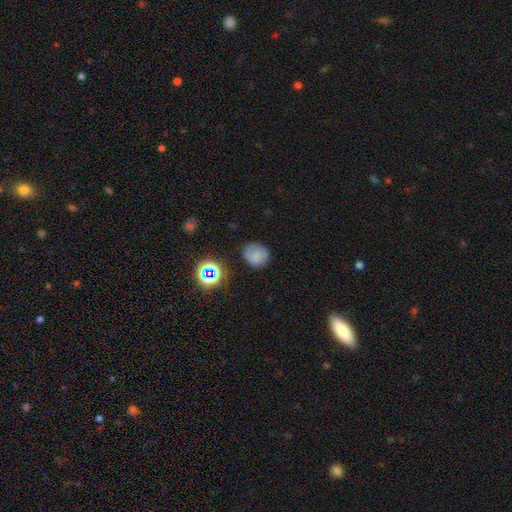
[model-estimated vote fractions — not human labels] Overall: smooth (72%). How rounded: round (83%). Merging: none (74%).